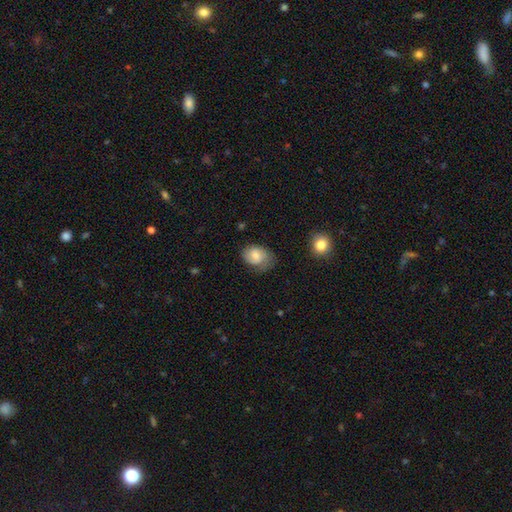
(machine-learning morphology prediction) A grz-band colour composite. It shows a smooth galaxy with no disk features (59%) that is in between round and cigar-shaped (69%). Merging: none (51%).